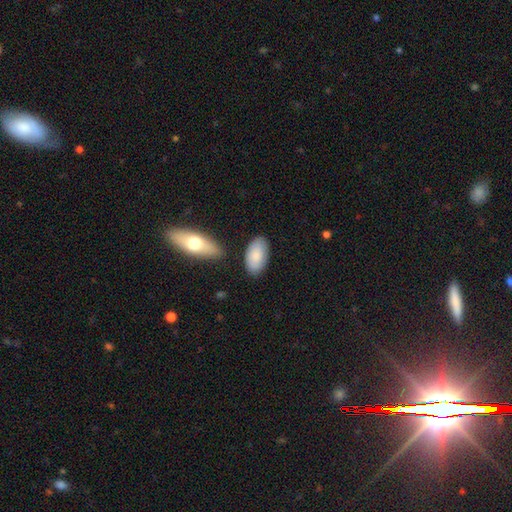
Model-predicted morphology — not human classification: Q: Smooth or featured?
A: smooth (85%); runner-up: featured or disk (10%)
Q: How rounded?
A: in between (95%); runner-up: round (3%)
Q: Merging?
A: none (78%); runner-up: minor disturbance (14%)